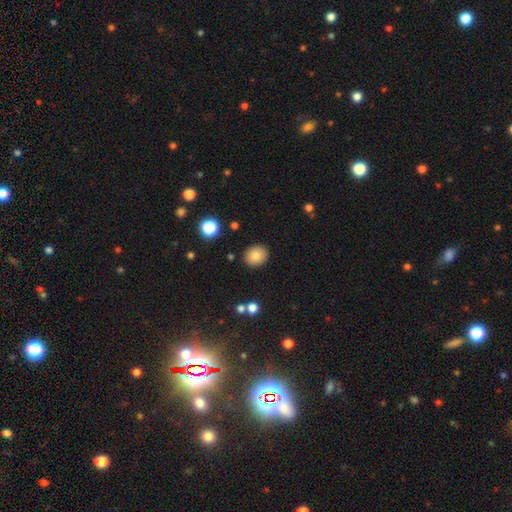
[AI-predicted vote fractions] smooth-or-featured: smooth: 83% | star or artifact: 10% | featured or disk: 7%
  how-rounded: round: 70% | in between: 29% | cigar-shaped: 1%
  merging: none: 89% | minor disturbance: 7% | major disturbance: 2% | merger: 2%